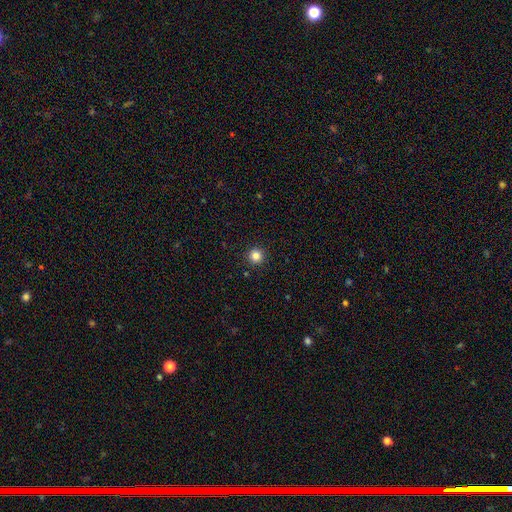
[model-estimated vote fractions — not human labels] This appears to be a smooth galaxy with no disk features (83%) that is round (96%). Merging: none (93%).